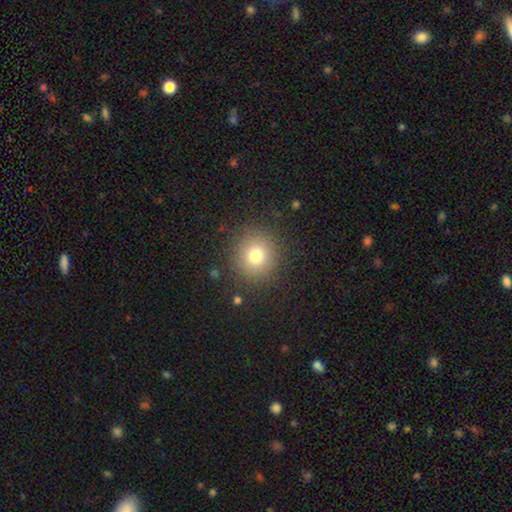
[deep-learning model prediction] A smooth galaxy with no disk features (76%) that is round (91%). Merging: none (87%).